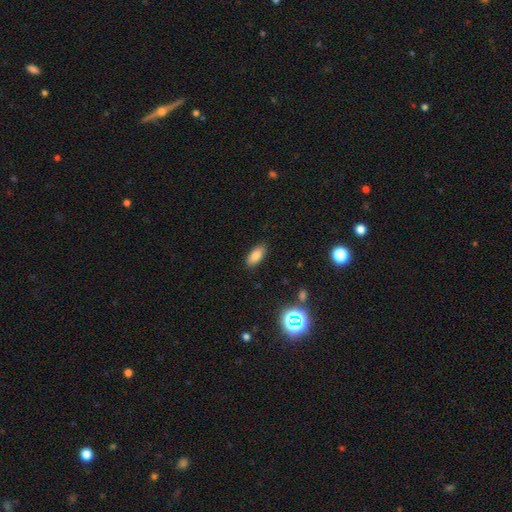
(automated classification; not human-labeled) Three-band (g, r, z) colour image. It shows a smooth galaxy with no disk features (83%) that is in between round and cigar-shaped (88%). Merging: none (86%).